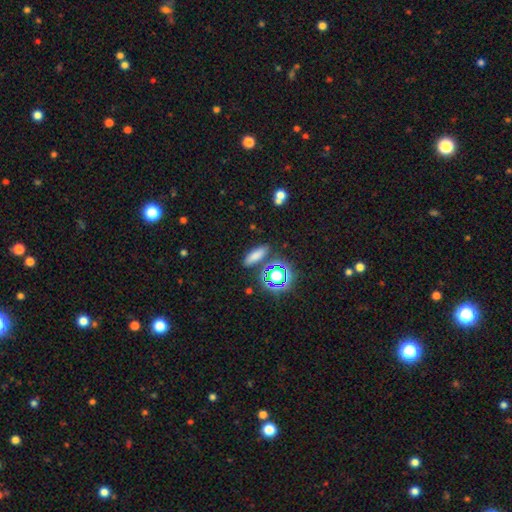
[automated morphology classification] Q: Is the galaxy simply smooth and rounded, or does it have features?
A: smooth — 72%.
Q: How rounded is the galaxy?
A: in between — 54%.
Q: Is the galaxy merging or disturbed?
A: none — 81%.